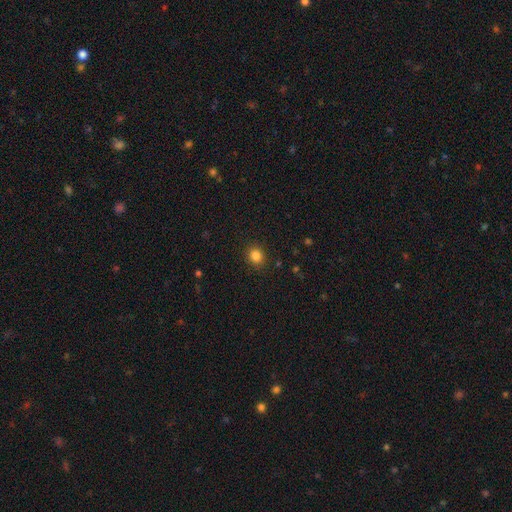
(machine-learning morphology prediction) type=smooth (84%); roundness=round (80%); merging=none (90%).